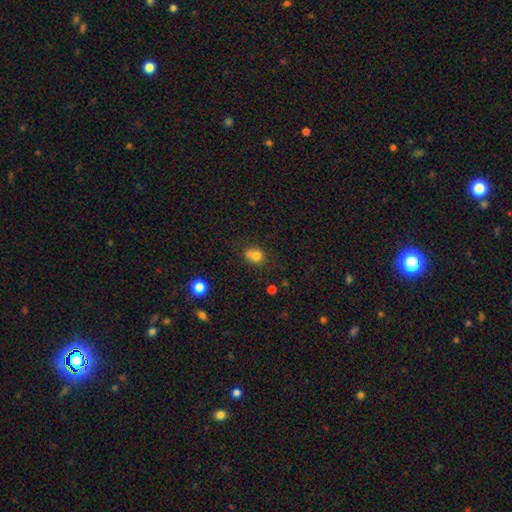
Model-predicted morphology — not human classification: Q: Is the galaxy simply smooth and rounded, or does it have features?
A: smooth — 77%.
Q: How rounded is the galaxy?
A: round — 69%.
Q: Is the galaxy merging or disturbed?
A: none — 47%.